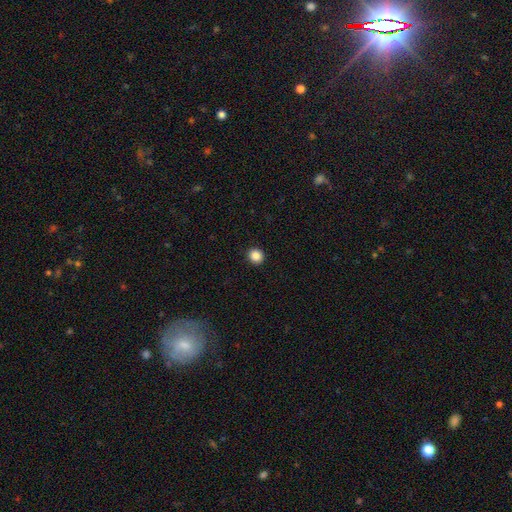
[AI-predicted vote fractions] This is clearly a smooth galaxy (87%). How rounded: clearly round (88%). Merging: clearly none (93%).